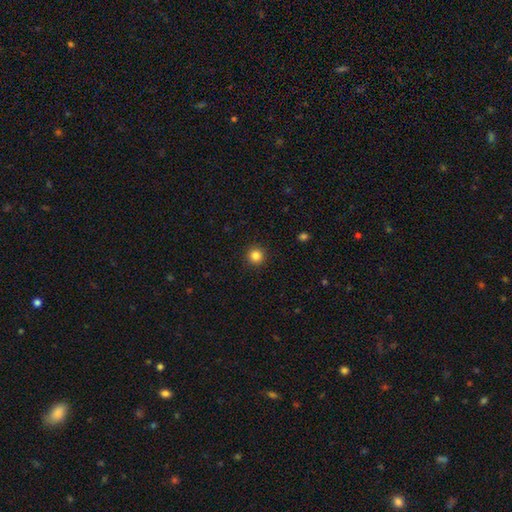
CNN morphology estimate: smooth-or-featured: smooth: 85% | star or artifact: 11% | featured or disk: 4%
  how-rounded: round: 95% | in between: 4% | cigar-shaped: 1%
  merging: none: 92% | minor disturbance: 5% | major disturbance: 2% | merger: 1%